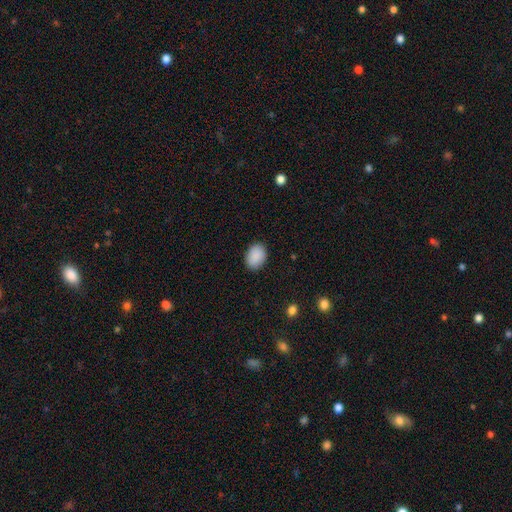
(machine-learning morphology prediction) The model was most divided on "how rounded": in between: 73%, round: 26%, cigar-shaped: 1%. More confident: smooth or featured — smooth (90%); merging — none (88%).